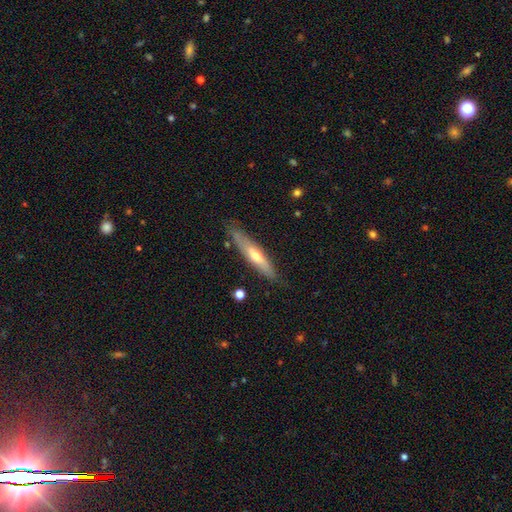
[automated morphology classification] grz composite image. It shows a featured or disk galaxy (51%) viewed edge-on (80%). Merging: none (82%).